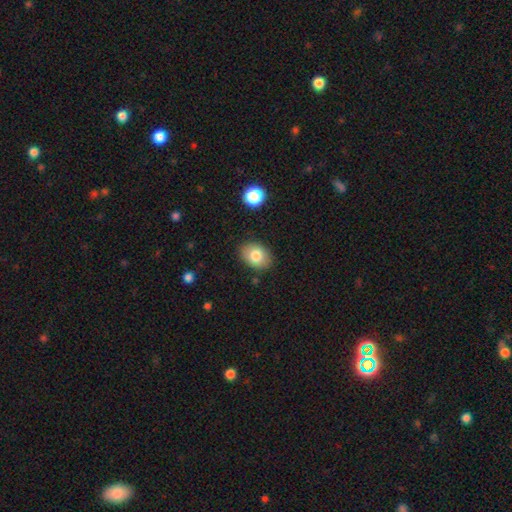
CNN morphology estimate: The model was most divided on "how rounded": in between: 74%, round: 25%, cigar-shaped: 1%. More confident: merging — none (85%); smooth or featured — smooth (81%).